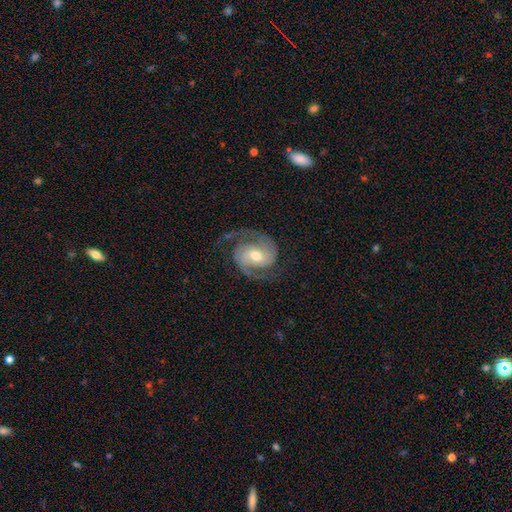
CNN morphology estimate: The model was most divided on "bar" (2-way tie): no: 42%, weak: 42%, strong: 16%. More confident: spiral arms — yes (98%); edge-on disk — no (98%); spiral arm count — 2 (93%); smooth or featured — featured or disk (91%); merging — none (77%); bulge size — moderate (70%); spiral winding — medium (56%).